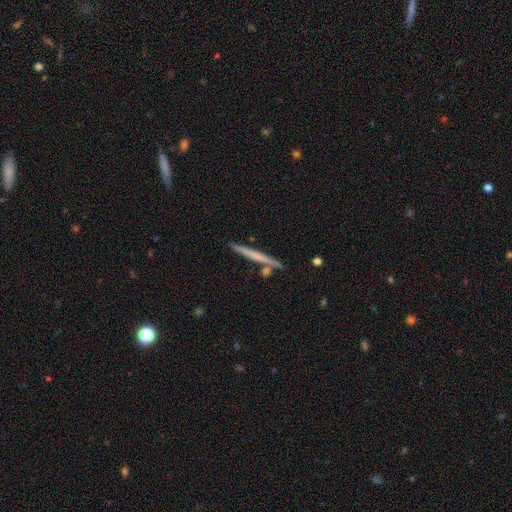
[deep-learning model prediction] smooth 49%, featured or disk 46%, star or artifact 6%. Down the decision tree: merging — none (84%).